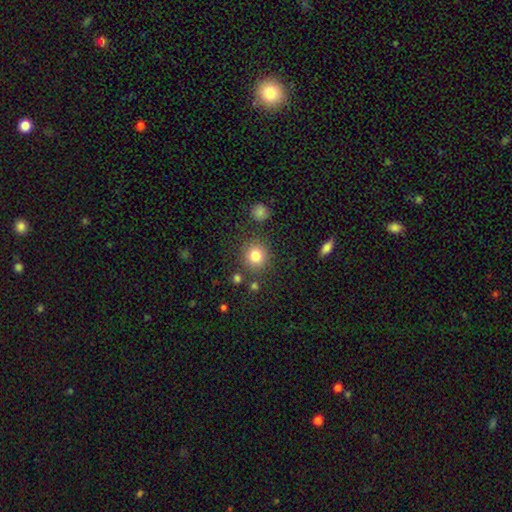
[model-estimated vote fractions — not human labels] A smooth galaxy with no disk features (82%) that is round (89%). Merging: none (83%).